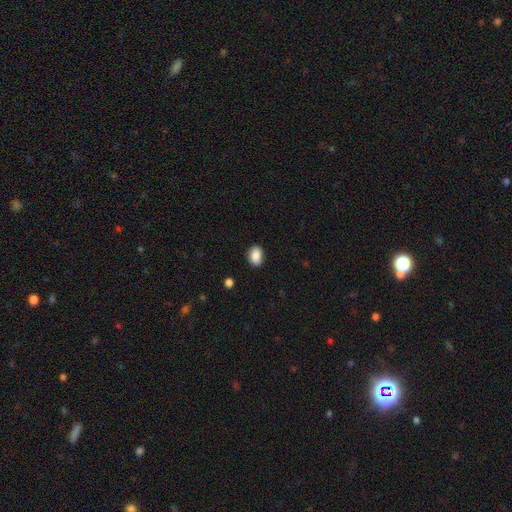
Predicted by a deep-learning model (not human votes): smooth 88%, star or artifact 8%, featured or disk 4%. Down the decision tree: how rounded — in between (82%); merging — none (87%).